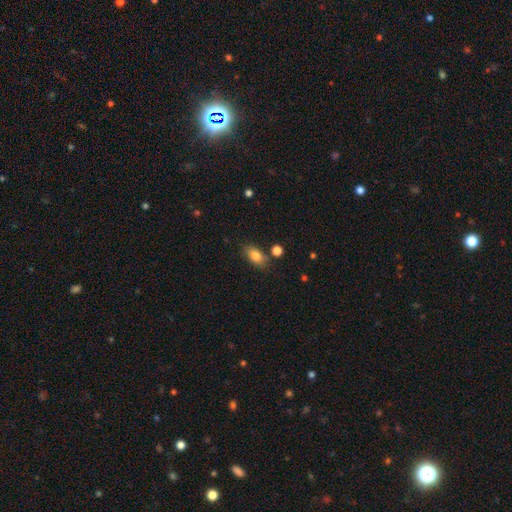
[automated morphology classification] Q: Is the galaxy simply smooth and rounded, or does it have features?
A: smooth — 82%.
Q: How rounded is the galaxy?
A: in between — 87%.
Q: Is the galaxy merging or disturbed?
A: none — 77%.